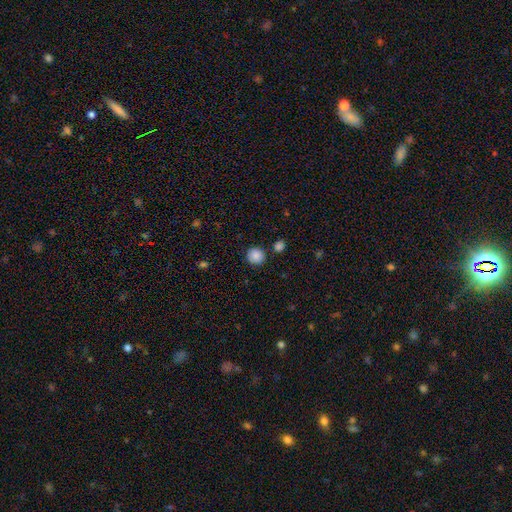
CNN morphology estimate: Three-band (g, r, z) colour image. It shows a smooth galaxy with no disk features (88%) that is round (90%). Merging: none (84%).